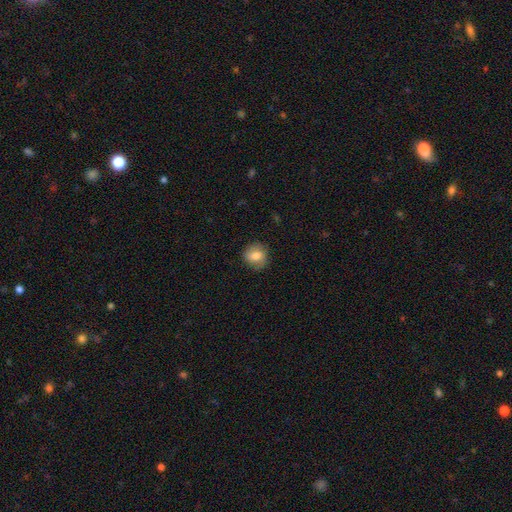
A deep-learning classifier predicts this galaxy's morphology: Smooth or featured? Predicted: smooth (p=0.71). How rounded? Predicted: round (p=0.79). Merging? Predicted: none (p=0.79).